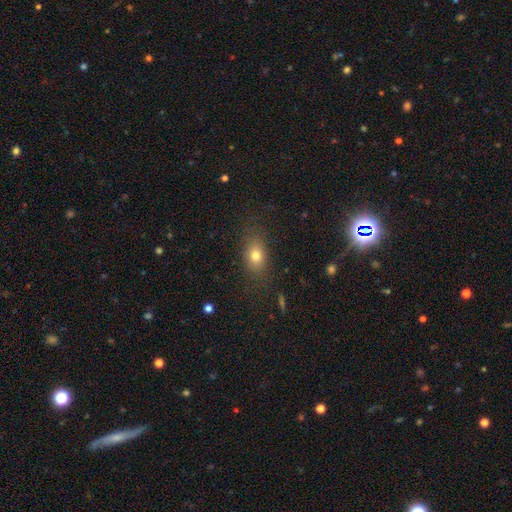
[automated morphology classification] Smooth or featured?
  - smooth: 76% *
  - star or artifact: 12%
  - featured or disk: 12%
How rounded?
  - in between: 73% *
  - round: 23%
  - cigar-shaped: 4%
Merging?
  - none: 80% *
  - minor disturbance: 13%
  - major disturbance: 6%
  - merger: 1%